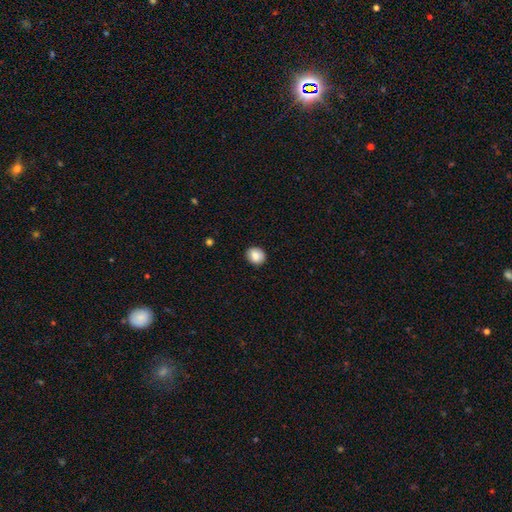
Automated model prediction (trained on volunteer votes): Morphology: type=smooth (86%); roundness=round (70%); merging=none (89%).